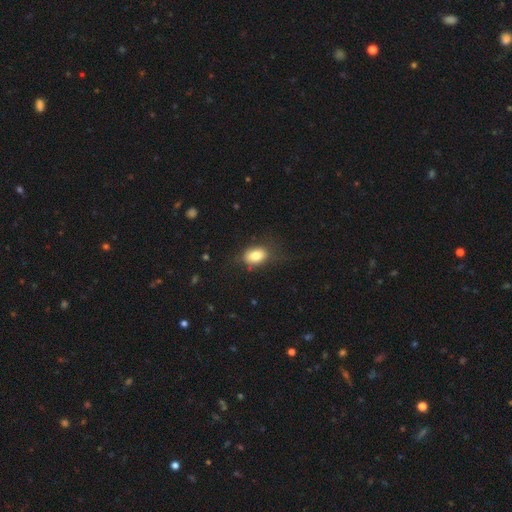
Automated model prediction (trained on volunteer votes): smooth_or_featured: smooth (p=0.81) [alt: featured or disk p=0.10]
how_rounded: in between (p=0.79) [alt: round p=0.19]
merging: none (p=0.69) [alt: minor disturbance p=0.21]